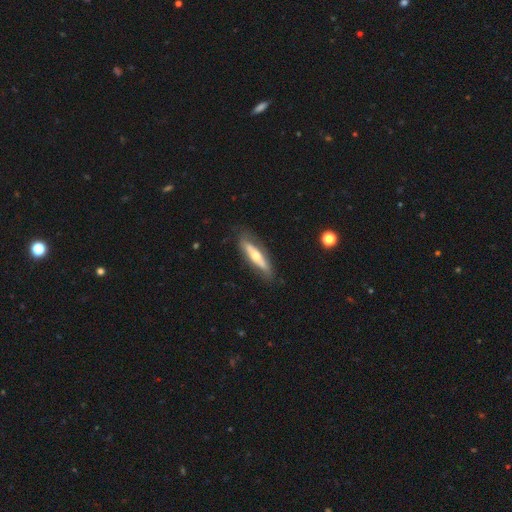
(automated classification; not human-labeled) Overall: featured or disk (61%; smooth 34%). Edge-on disk: yes (67%; no 33%). Merging: none (77%).